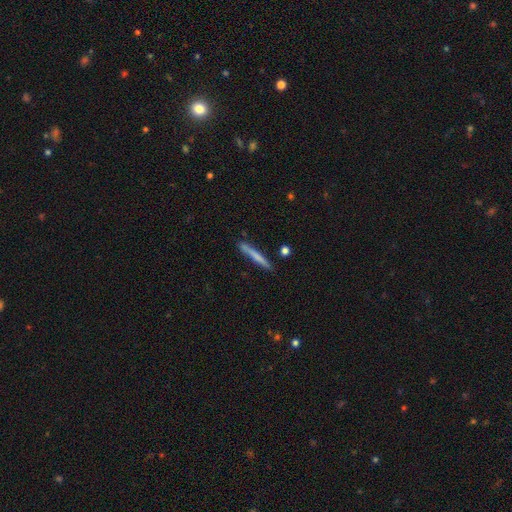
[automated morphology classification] The model was most divided on "smooth or featured": smooth: 64%, featured or disk: 30%, star or artifact: 6%. More confident: how rounded — cigar-shaped (96%); merging — none (82%).